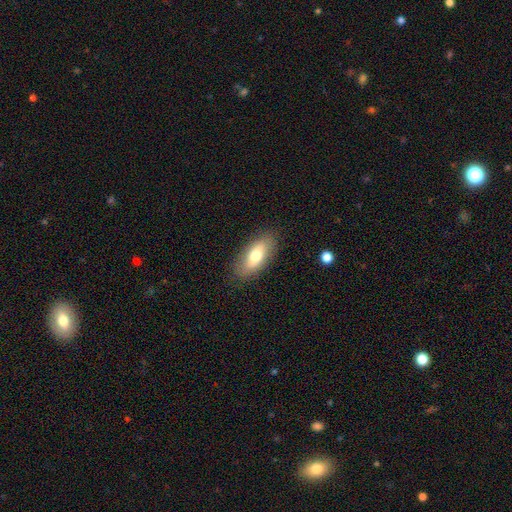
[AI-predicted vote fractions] smooth-or-featured: smooth: 70% | featured or disk: 24% | star or artifact: 7%
  how-rounded: in between: 82% | cigar-shaped: 15% | round: 3%
  merging: none: 85% | minor disturbance: 11% | major disturbance: 3% | merger: 1%